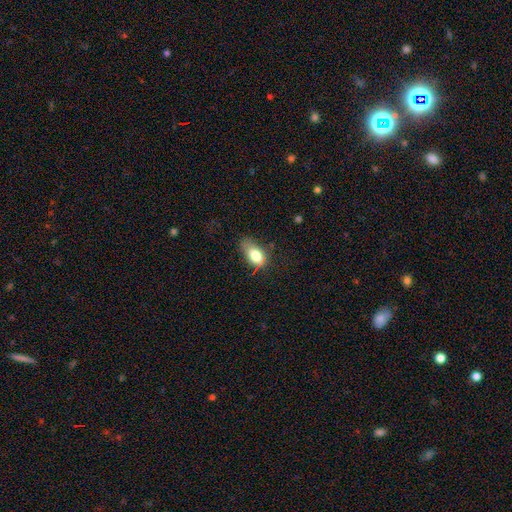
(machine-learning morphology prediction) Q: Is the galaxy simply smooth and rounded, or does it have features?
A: smooth — 76%.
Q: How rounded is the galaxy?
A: in between — 87%.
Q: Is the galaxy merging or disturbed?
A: none — 40%.